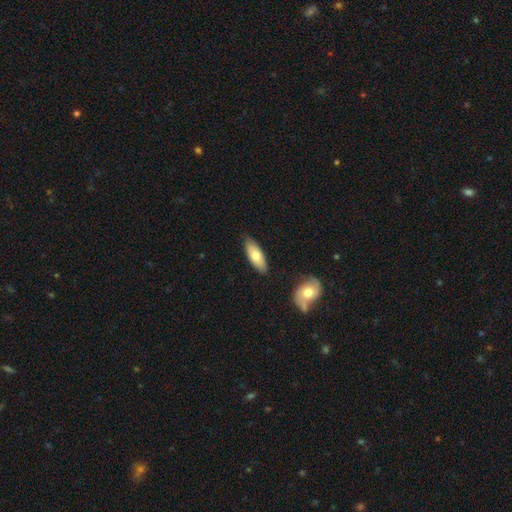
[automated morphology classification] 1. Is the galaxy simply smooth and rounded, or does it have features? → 69% smooth, 25% featured or disk, 6% star or artifact.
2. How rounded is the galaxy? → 74% in between, 24% cigar-shaped, 2% round.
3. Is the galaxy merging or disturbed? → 81% none, 14% minor disturbance, 3% merger, 2% major disturbance.